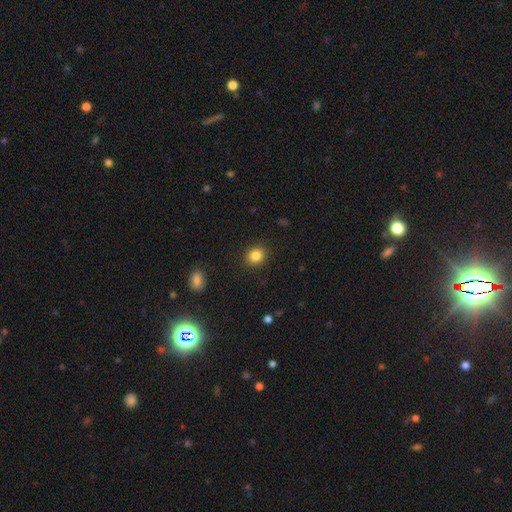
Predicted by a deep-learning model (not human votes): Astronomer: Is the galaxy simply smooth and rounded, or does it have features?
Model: smooth — 84%.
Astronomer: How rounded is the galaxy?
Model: round — 74%.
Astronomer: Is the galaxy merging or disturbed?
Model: none — 90%.